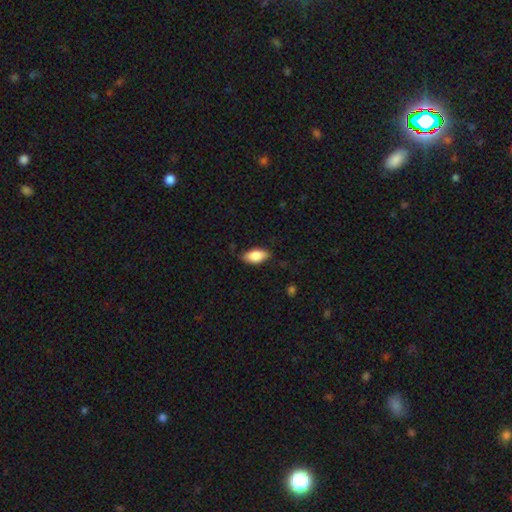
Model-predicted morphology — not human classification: A smooth galaxy with no disk features (83%) that is in between round and cigar-shaped (90%).

Vote fractions:
- Smooth or featured? smooth: 83% / featured or disk: 11% / star or artifact: 7%
- How rounded? in between: 90% / cigar-shaped: 6% / round: 3%
- Merging? none: 78% / minor disturbance: 17% / major disturbance: 3% / merger: 1%